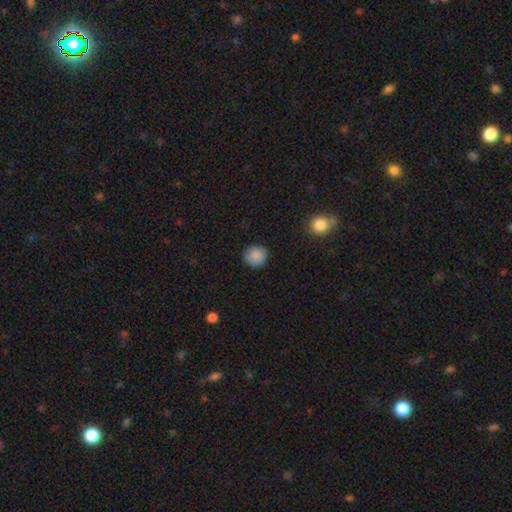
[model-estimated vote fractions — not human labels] This appears to be a smooth galaxy with no disk features (88%) that is round (92%). Merging: none (88%).